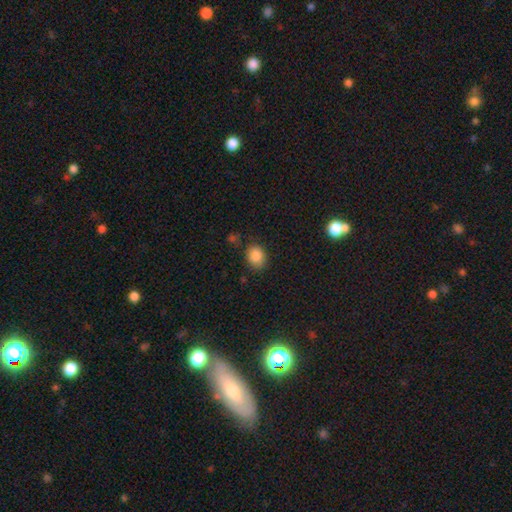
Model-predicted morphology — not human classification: Smooth or featured? smooth (85%)
How rounded? in between (50%)
Merging? none (79%)